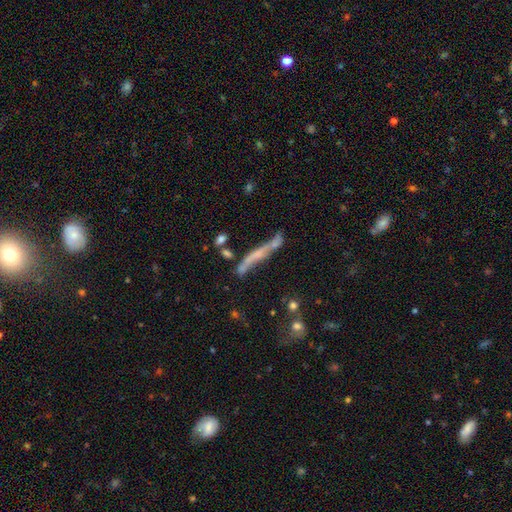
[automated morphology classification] Smooth or featured?
  - featured or disk: 59% *
  - smooth: 32%
  - star or artifact: 10%
Edge-on disk?
  - yes: 80% *
  - no: 20%
Merging?
  - none: 58% *
  - minor disturbance: 21%
  - merger: 12%
  - major disturbance: 9%